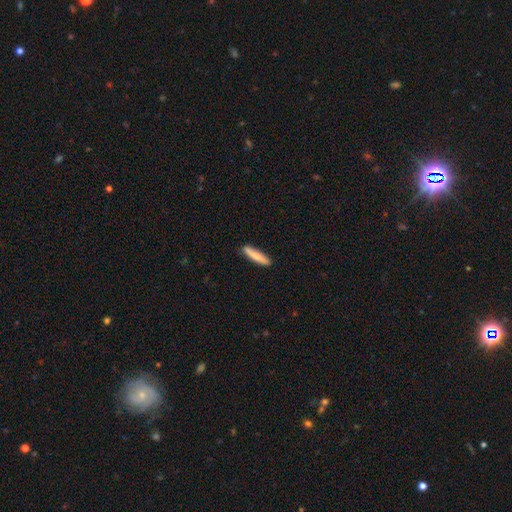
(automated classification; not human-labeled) A smooth galaxy with no disk features (76%) that is cigar-shaped (86%). Merging: none (88%).